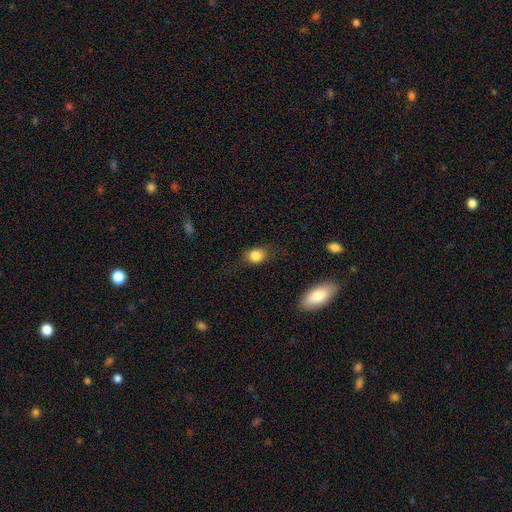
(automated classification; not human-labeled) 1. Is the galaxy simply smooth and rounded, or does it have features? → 83% smooth, 9% star or artifact, 8% featured or disk.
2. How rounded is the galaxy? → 53% in between, 45% round, 2% cigar-shaped.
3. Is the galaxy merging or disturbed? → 73% none, 19% minor disturbance, 7% major disturbance, 2% merger.